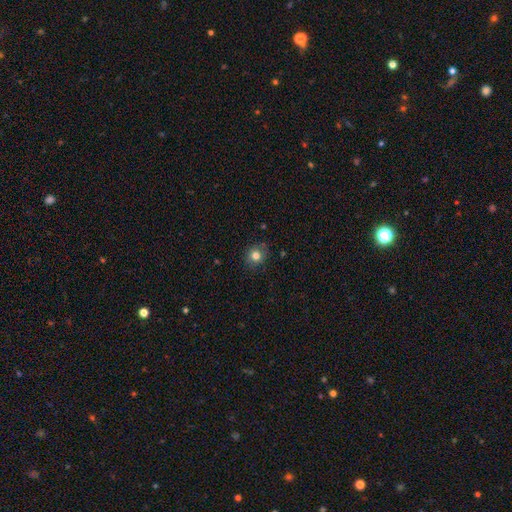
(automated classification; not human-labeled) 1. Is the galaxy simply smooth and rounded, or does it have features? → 79% smooth, 12% star or artifact, 9% featured or disk.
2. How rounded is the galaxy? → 71% round, 28% in between, 1% cigar-shaped.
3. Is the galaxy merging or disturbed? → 82% none, 14% minor disturbance, 3% major disturbance, 1% merger.